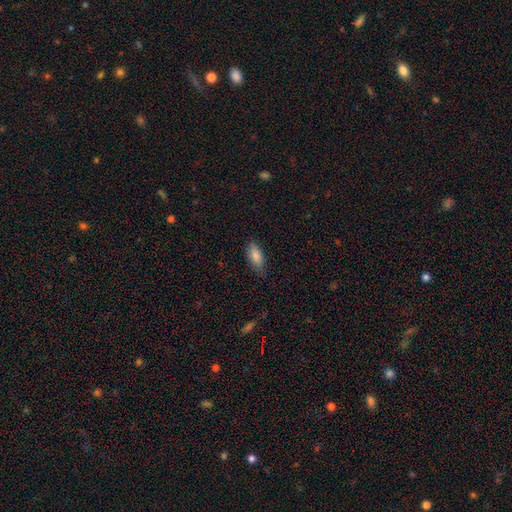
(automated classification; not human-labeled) Q: Smooth or featured?
A: smooth (86%); runner-up: featured or disk (7%)
Q: How rounded?
A: in between (86%); runner-up: cigar-shaped (11%)
Q: Merging?
A: none (74%); runner-up: minor disturbance (21%)